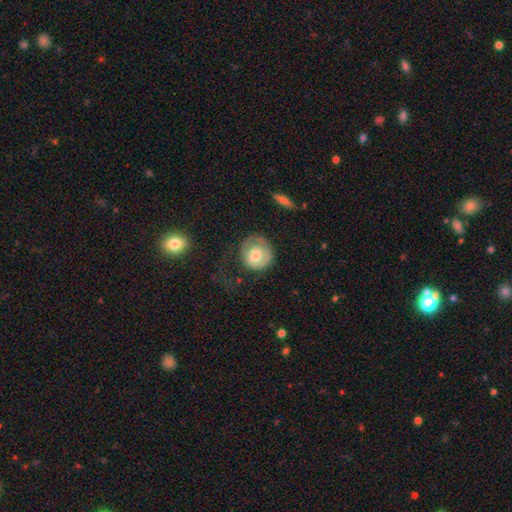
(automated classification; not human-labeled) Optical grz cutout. It shows a smooth galaxy with no disk features (61%) that is round (86%). Merging: none (53%).